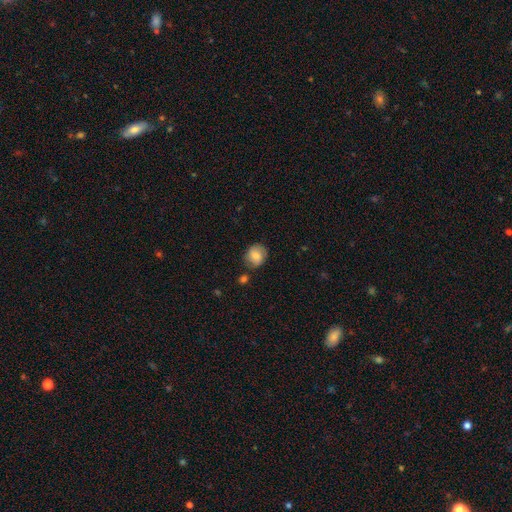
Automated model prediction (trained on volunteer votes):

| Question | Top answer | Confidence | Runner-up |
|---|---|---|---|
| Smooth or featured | smooth | 73% | featured or disk (19%) |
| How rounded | round | 69% | in between (30%) |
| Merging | none | 72% | minor disturbance (19%) |